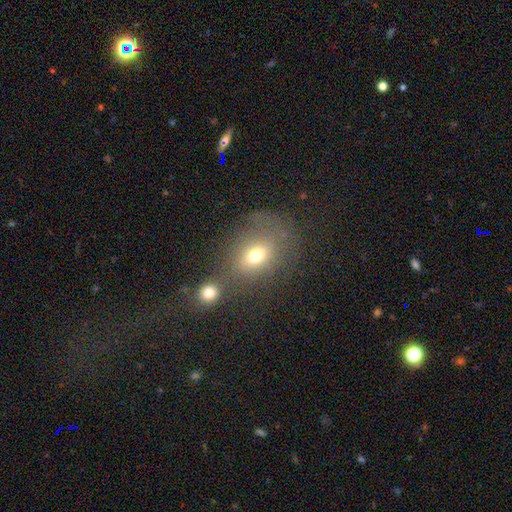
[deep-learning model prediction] Morphology: type=smooth (68%); roundness=in between (63%); merging=none (48%).